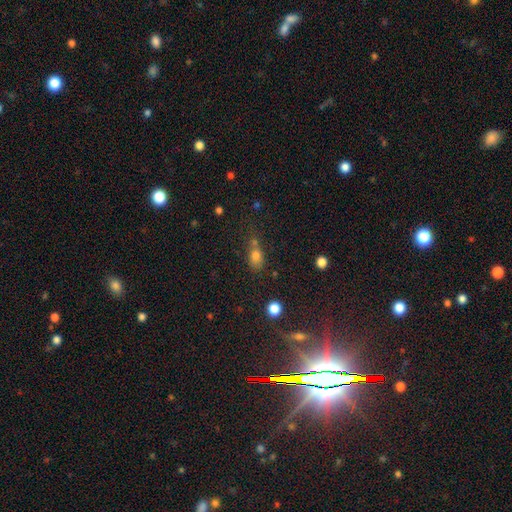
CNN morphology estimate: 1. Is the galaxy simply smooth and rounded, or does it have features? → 72% smooth, 18% star or artifact, 11% featured or disk.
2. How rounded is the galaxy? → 65% in between, 30% round, 5% cigar-shaped.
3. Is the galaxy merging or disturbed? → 51% none, 22% merger, 19% minor disturbance, 8% major disturbance.